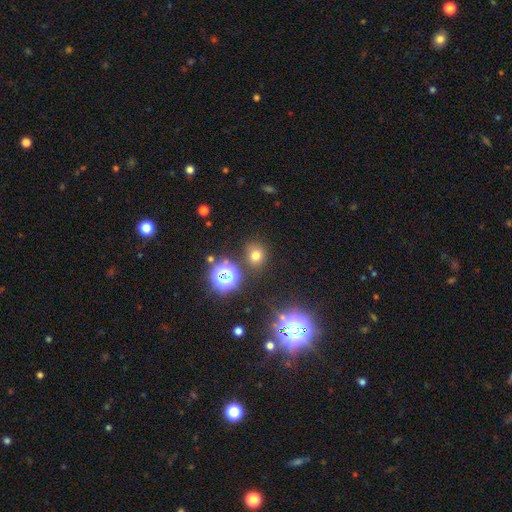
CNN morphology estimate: smooth-or-featured: smooth: 68% | star or artifact: 25% | featured or disk: 8%
  how-rounded: round: 77% | in between: 22% | cigar-shaped: 1%
  merging: none: 83% | minor disturbance: 9% | merger: 4% | major disturbance: 3%